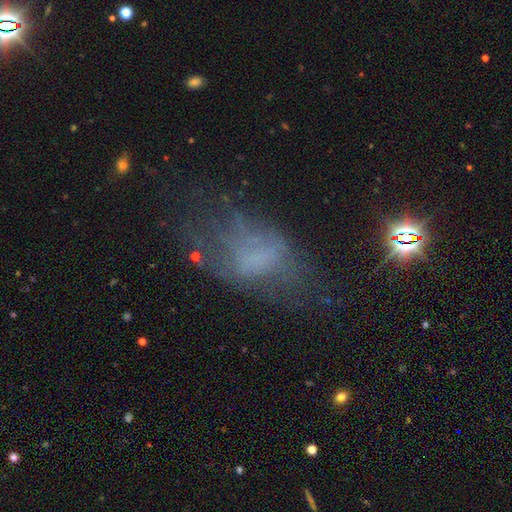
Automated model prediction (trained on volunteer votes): smooth-or-featured: smooth: 41% | featured or disk: 36% | star or artifact: 23%
  merging: none: 38% | major disturbance: 33% | minor disturbance: 24% | merger: 5%